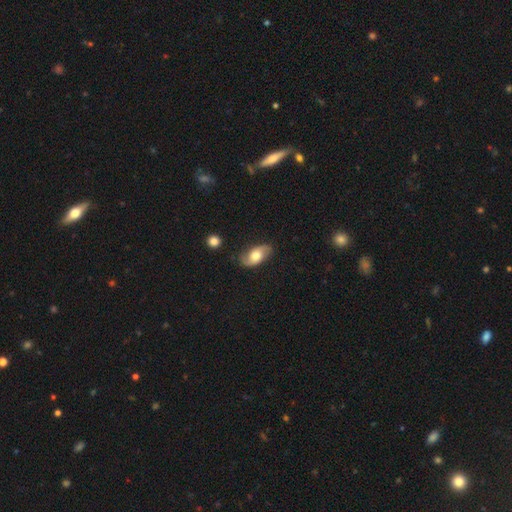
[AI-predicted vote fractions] Smooth or featured?
  - featured or disk: 49% *
  - smooth: 44%
  - star or artifact: 7%
Merging?
  - none: 77% *
  - minor disturbance: 16%
  - major disturbance: 4%
  - merger: 2%